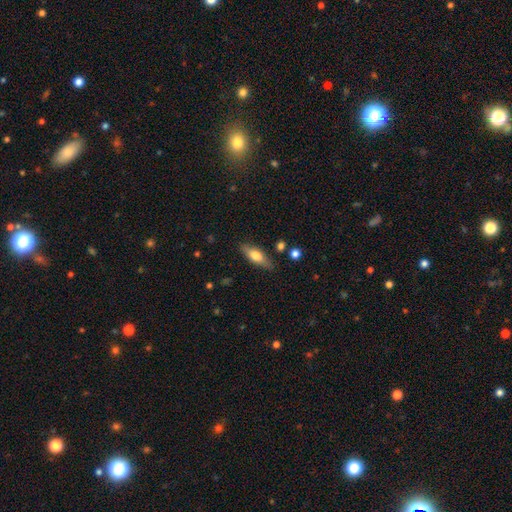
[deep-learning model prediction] A smooth galaxy with no disk features (61%) that is in between round and cigar-shaped (56%).

Vote fractions:
- Smooth or featured? smooth: 61% / featured or disk: 32% / star or artifact: 7%
- How rounded? in between: 56% / cigar-shaped: 41% / round: 3%
- Merging? none: 83% / minor disturbance: 12% / major disturbance: 3% / merger: 2%